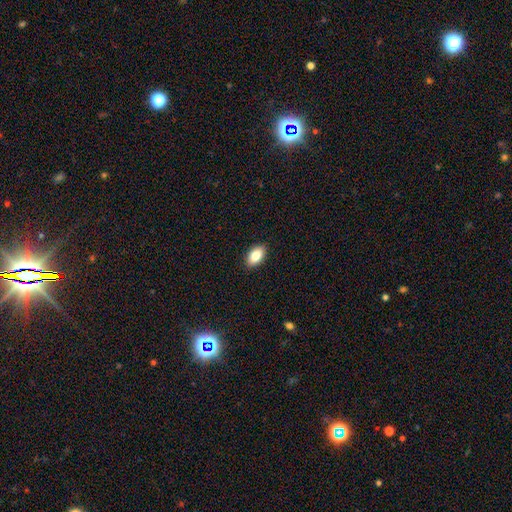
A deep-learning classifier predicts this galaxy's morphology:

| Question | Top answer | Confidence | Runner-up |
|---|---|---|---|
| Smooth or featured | smooth | 84% | featured or disk (9%) |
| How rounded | in between | 92% | round (5%) |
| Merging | none | 90% | minor disturbance (7%) |